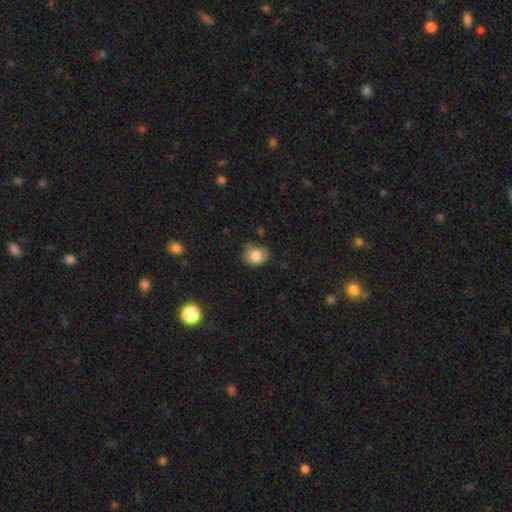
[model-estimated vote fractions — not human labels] A smooth galaxy with no disk features (84%) that is round (54%).

Vote fractions:
- Smooth or featured? smooth: 84% / star or artifact: 9% / featured or disk: 7%
- How rounded? round: 54% / in between: 45% / cigar-shaped: 1%
- Merging? none: 69% / minor disturbance: 24% / major disturbance: 5% / merger: 2%